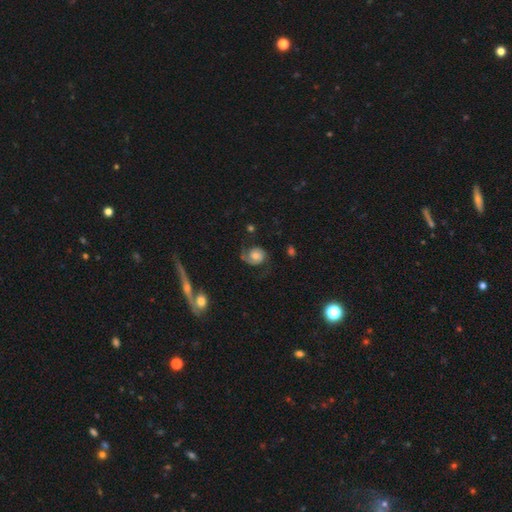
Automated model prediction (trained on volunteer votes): smooth-or-featured: featured or disk: 75% | smooth: 18% | star or artifact: 7%
  disk-edge-on: no: 98% | yes: 2%
    bar: no: 70% | weak: 25% | strong: 5%
    has-spiral-arms: yes: 95% | no: 5%
      spiral-winding: medium: 43% | tight: 32% | loose: 25%
      spiral-arm-count: 2: 69% | 1: 23% | can't tell: 5% | 3: 1% | 4: 1% | more than 4: 1%
    bulge-size: moderate: 52% | small: 26% | large: 14% | none: 5% | dominant: 2%
  merging: none: 61% | minor disturbance: 20% | major disturbance: 16% | merger: 3%